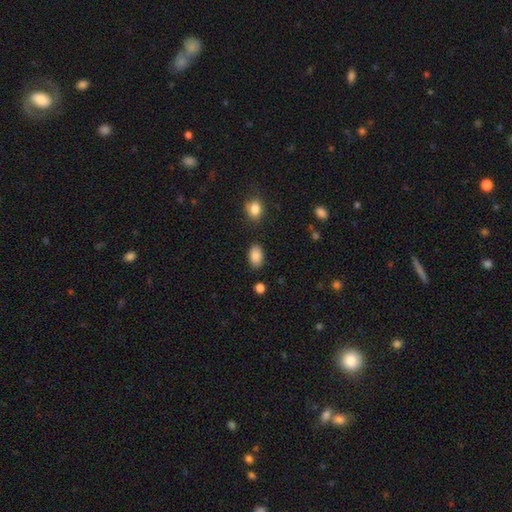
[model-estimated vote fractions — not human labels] Smooth or featured: smooth — 88% (star or artifact — 8%)
How rounded: in between — 91% (round — 8%)
Merging: none — 84% (minor disturbance — 11%)